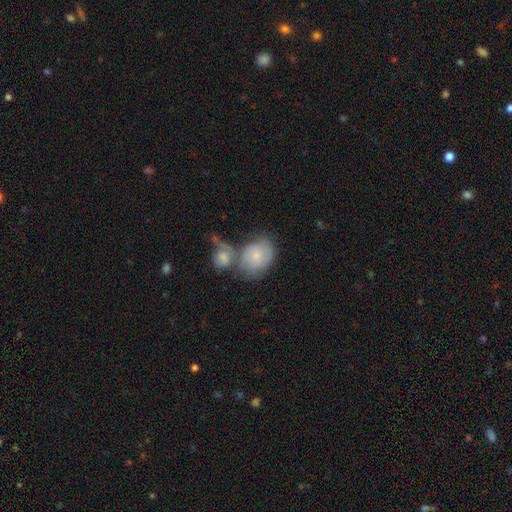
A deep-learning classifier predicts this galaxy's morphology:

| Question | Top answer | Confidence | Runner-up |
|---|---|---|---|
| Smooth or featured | smooth | 62% | featured or disk (30%) |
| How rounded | round | 51% | in between (48%) |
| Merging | merger | 47% | none (31%) |